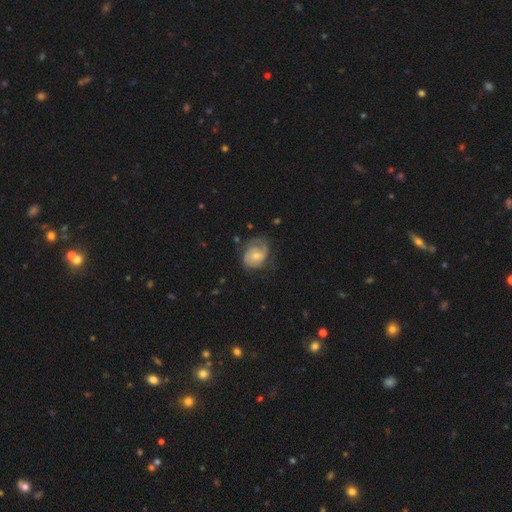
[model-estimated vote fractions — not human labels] A featured or disk galaxy (69%) with no bar (66%), 2 (51%) tight (46%) spiral arms (89%) and a small central bulge (52%). Merging: none (55%).